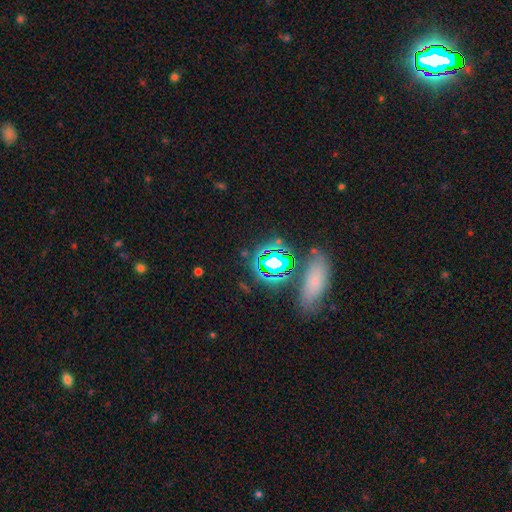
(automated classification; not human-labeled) star or artifact 47%, smooth 36%, featured or disk 17%.